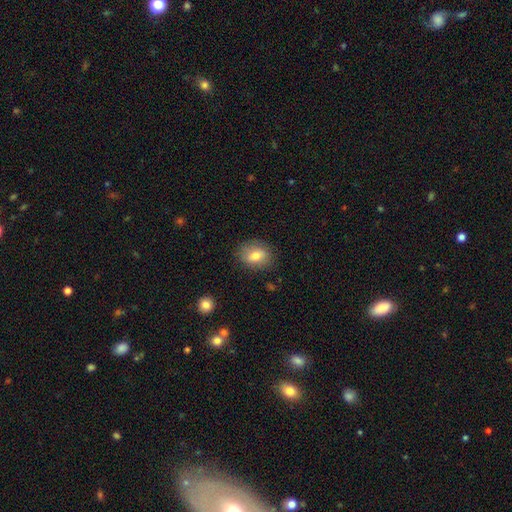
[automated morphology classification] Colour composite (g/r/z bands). It shows a smooth galaxy with no disk features (76%) that is round (53%). Merging: none (82%).